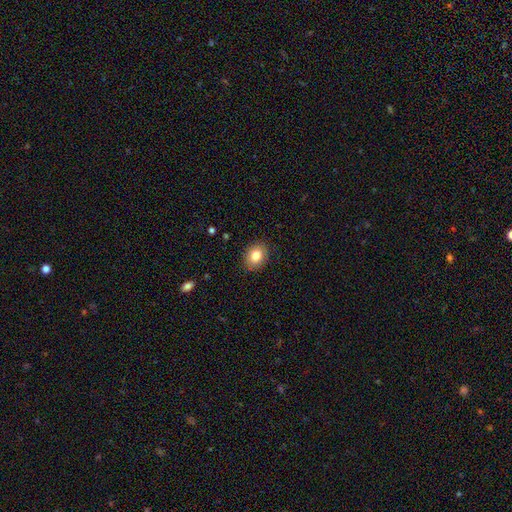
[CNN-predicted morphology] A smooth galaxy with no disk features (83%) that is in between round and cigar-shaped (56%).

Vote fractions:
- Smooth or featured? smooth: 83% / star or artifact: 9% / featured or disk: 9%
- How rounded? in between: 56% / round: 43% / cigar-shaped: 1%
- Merging? none: 88% / minor disturbance: 9% / major disturbance: 2% / merger: 1%